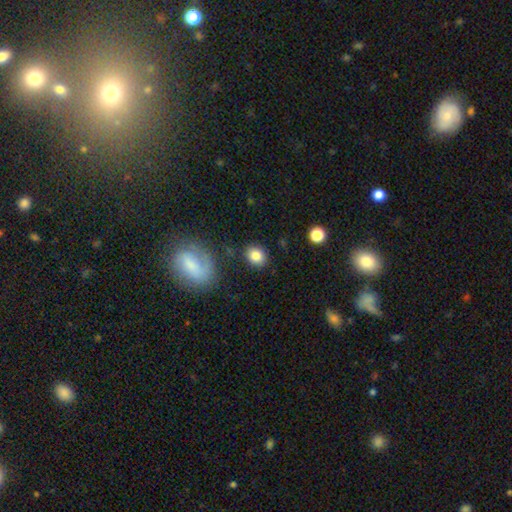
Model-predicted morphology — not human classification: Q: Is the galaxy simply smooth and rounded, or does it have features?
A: smooth — 84%.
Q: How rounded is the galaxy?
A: round — 62%.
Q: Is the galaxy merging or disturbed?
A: none — 83%.